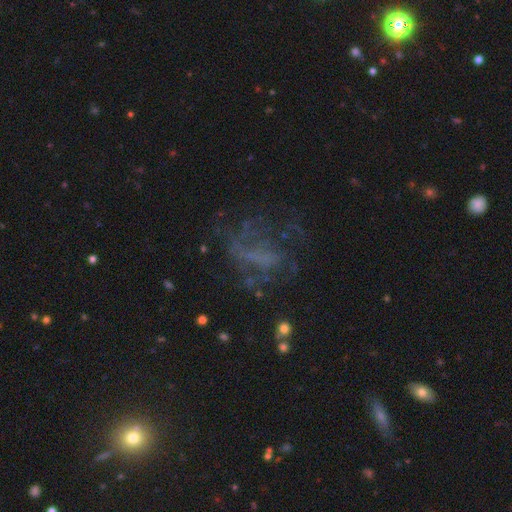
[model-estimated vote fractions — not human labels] This appears to be a featured or disk galaxy (49%). Merging: none (45%).